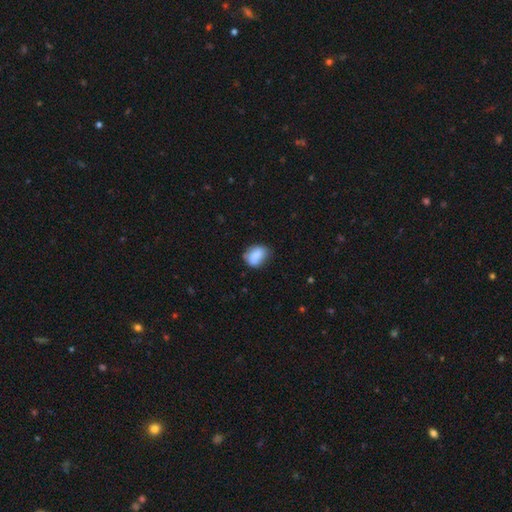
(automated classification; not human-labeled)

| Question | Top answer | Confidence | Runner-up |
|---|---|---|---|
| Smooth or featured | smooth | 84% | featured or disk (8%) |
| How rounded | in between | 70% | round (29%) |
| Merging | none | 59% | minor disturbance (32%) |